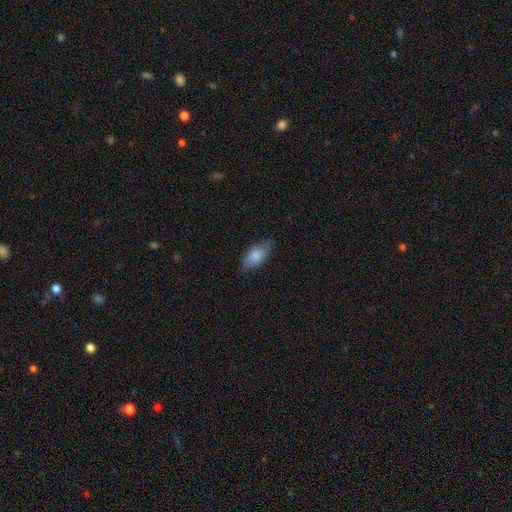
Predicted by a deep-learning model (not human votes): smooth_or_featured: smooth (p=0.75) [alt: featured or disk p=0.18]
how_rounded: in between (p=0.89) [alt: cigar-shaped p=0.09]
merging: none (p=0.78) [alt: minor disturbance p=0.18]